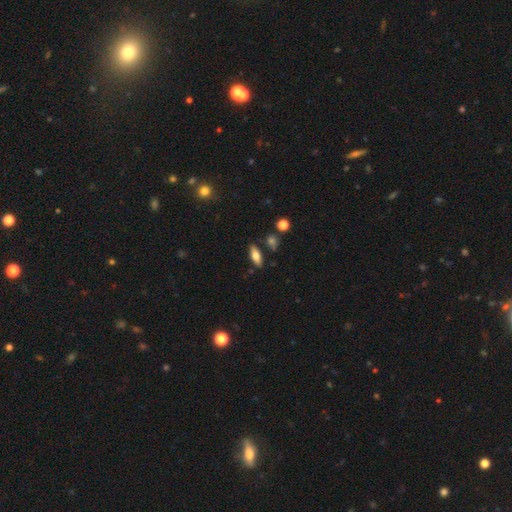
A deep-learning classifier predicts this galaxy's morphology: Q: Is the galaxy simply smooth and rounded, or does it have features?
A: smooth — 68%.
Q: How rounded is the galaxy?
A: in between — 72%.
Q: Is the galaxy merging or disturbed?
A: none — 82%.